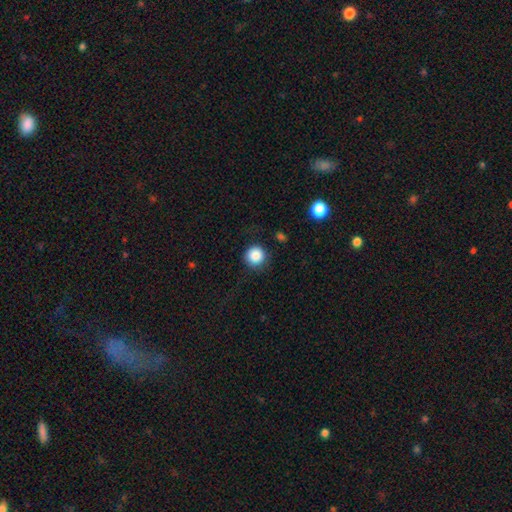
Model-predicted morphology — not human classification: The model was most divided on "merging": none: 83%, minor disturbance: 11%, major disturbance: 4%, merger: 1%. More confident: how rounded — round (95%); smooth or featured — smooth (86%).